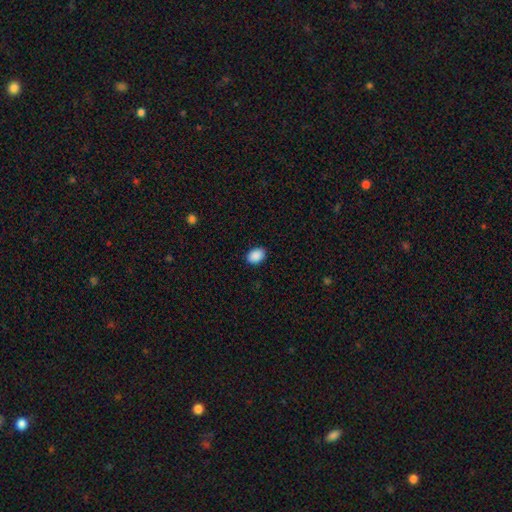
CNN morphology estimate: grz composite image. It shows a smooth galaxy with no disk features (90%) that is in between round and cigar-shaped (78%). Merging: none (89%).